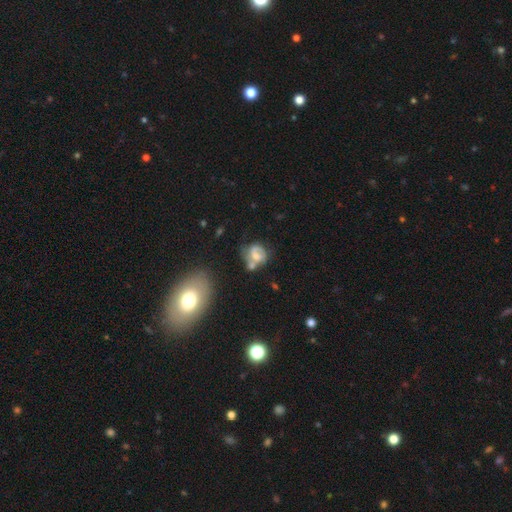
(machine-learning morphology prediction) smooth-or-featured: featured or disk: 54% | smooth: 37% | star or artifact: 9%
  disk-edge-on: no: 97% | yes: 3%
    bar: no: 54% | weak: 35% | strong: 12%
    has-spiral-arms: yes: 59% | no: 41%
    bulge-size: moderate: 53% | small: 32% | none: 8% | large: 6% | dominant: 1%
  merging: none: 40% | merger: 27% | minor disturbance: 20% | major disturbance: 13%